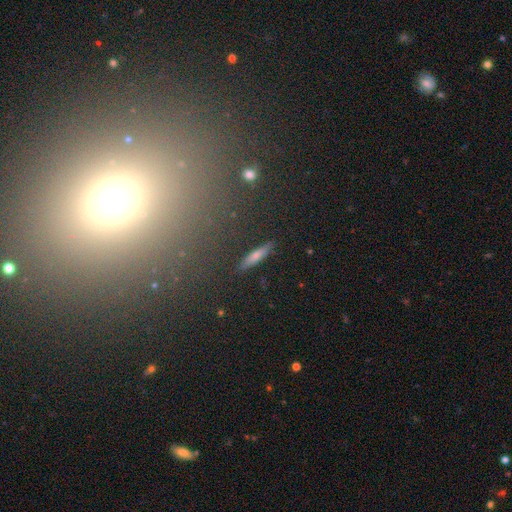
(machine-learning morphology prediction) Smooth or featured? Predicted: smooth (p=0.66). How rounded? Predicted: cigar-shaped (p=0.85). Merging? Predicted: none (p=0.87).